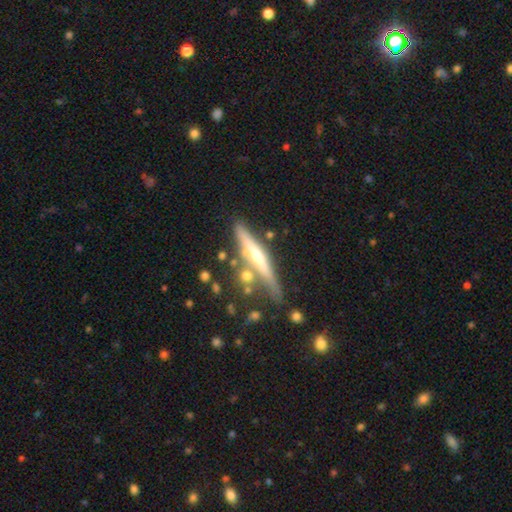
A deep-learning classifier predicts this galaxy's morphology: The model was most divided on "smooth or featured": featured or disk: 63%, smooth: 30%, star or artifact: 7%. More confident: edge-on disk — yes (94%); edge-on bulge — rounded (71%); merging — none (67%).